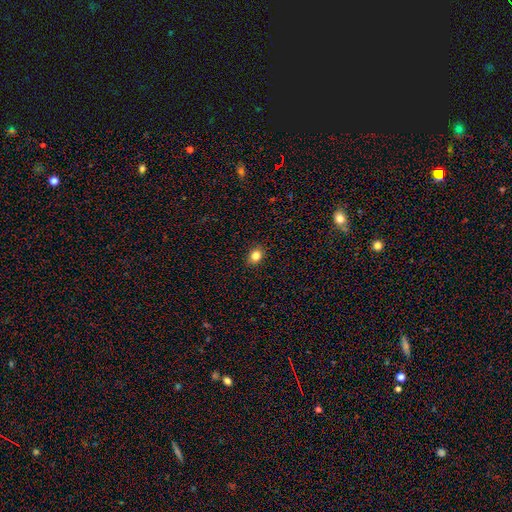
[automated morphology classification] smooth-or-featured: smooth: 83% | star or artifact: 11% | featured or disk: 6%
  how-rounded: round: 50% | in between: 49% | cigar-shaped: 1%
  merging: none: 90% | minor disturbance: 7% | major disturbance: 2% | merger: 1%